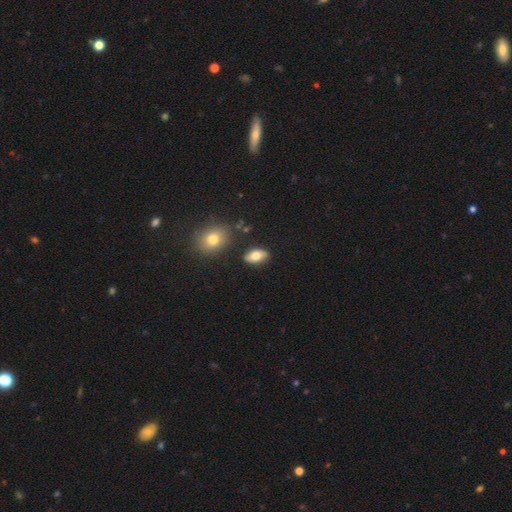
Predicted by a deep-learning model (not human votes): This is likely a smooth galaxy (76%). How rounded: clearly in between (89%). Merging: clearly none (84%).